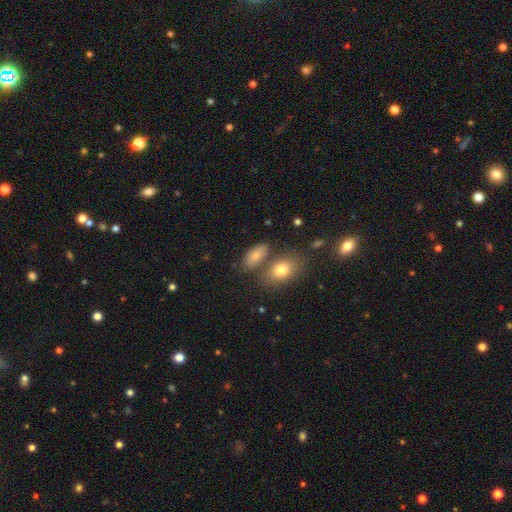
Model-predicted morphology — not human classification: smooth-or-featured: smooth: 78% | featured or disk: 13% | star or artifact: 9%
  how-rounded: in between: 86% | round: 8% | cigar-shaped: 7%
  merging: none: 63% | merger: 20% | minor disturbance: 13% | major disturbance: 4%